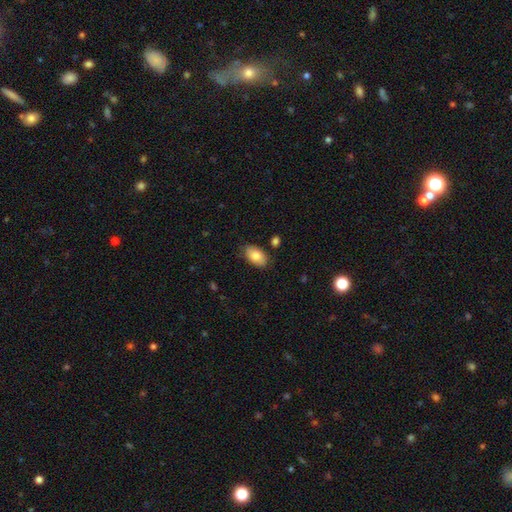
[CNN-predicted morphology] A smooth galaxy with no disk features (83%) that is in between round and cigar-shaped (93%). Merging: none (81%).